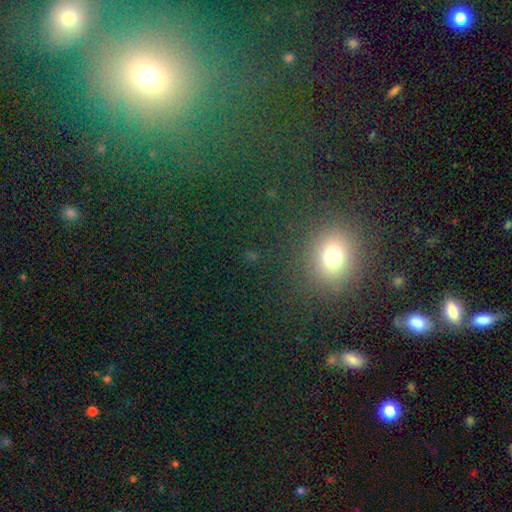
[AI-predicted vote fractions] A smooth galaxy with no disk features (67%) that is round (59%). Merging: none (89%).